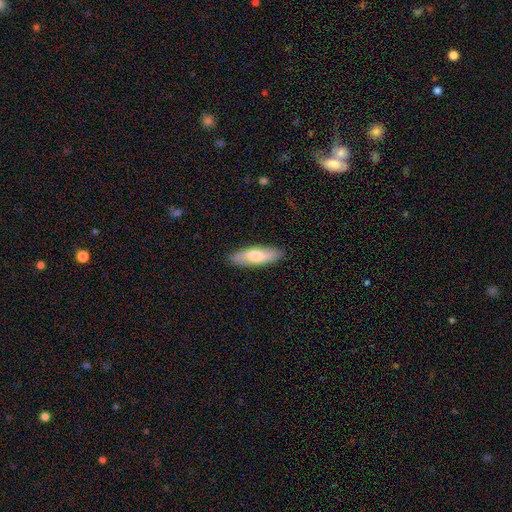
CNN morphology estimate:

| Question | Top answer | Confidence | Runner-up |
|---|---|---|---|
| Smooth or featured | smooth | 67% | featured or disk (28%) |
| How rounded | in between | 54% | cigar-shaped (44%) |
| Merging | none | 88% | minor disturbance (9%) |